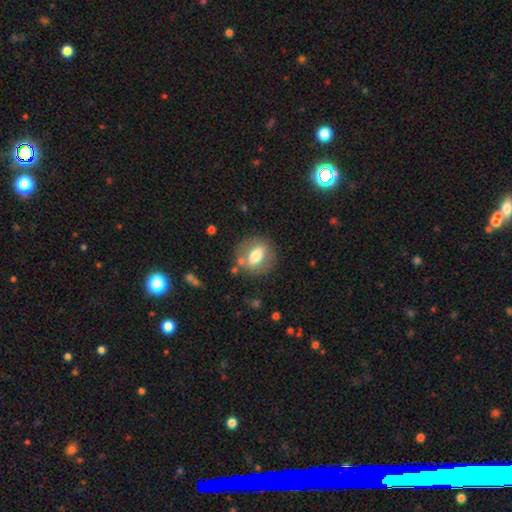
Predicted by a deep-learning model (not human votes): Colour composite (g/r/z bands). It shows a smooth galaxy with no disk features (56%) that is round (47%, tied with in between). Merging: none (78%).